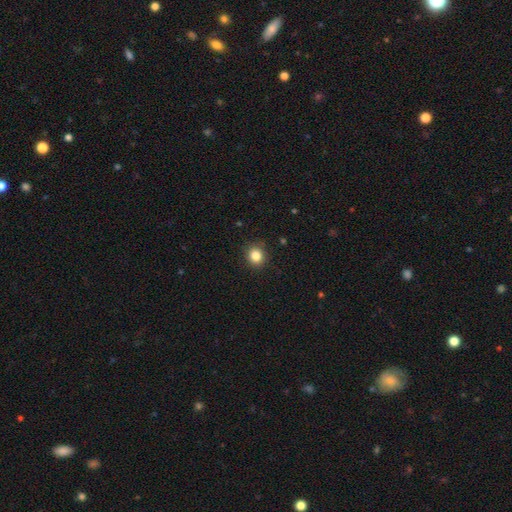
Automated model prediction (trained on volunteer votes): A smooth galaxy with no disk features (84%) that is round (78%). Merging: none (90%).